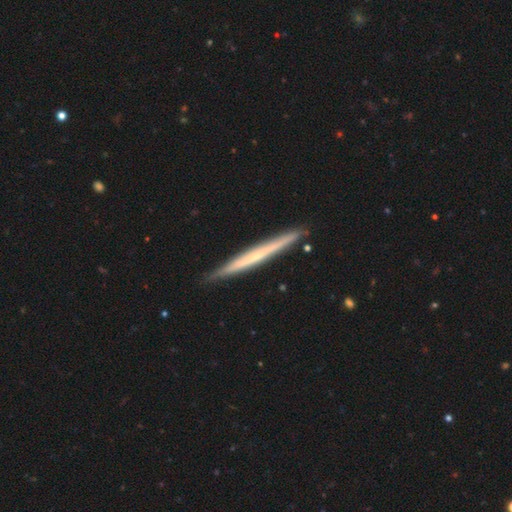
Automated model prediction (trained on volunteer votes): Smooth or featured? featured or disk (58%)
Edge-on disk? yes (97%)
Edge-on bulge? none (84%)
Merging? none (90%)